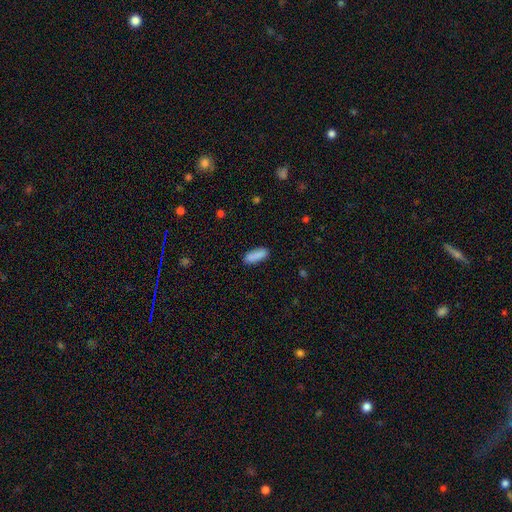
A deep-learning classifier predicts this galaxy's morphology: Smooth or featured?
  - smooth: 89% *
  - star or artifact: 7%
  - featured or disk: 4%
How rounded?
  - in between: 60% *
  - cigar-shaped: 38%
  - round: 2%
Merging?
  - none: 88% *
  - minor disturbance: 9%
  - major disturbance: 2%
  - merger: 1%